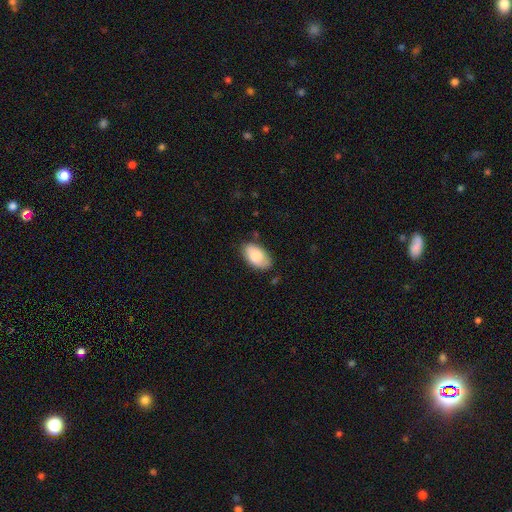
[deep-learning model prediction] This appears to be a smooth galaxy with no disk features (82%) that is in between round and cigar-shaped (94%). Merging: none (76%).